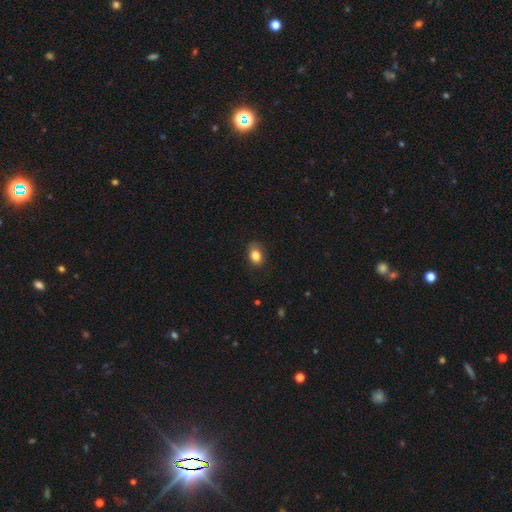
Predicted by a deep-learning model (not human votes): smooth-or-featured: smooth: 83% | star or artifact: 10% | featured or disk: 7%
  how-rounded: in between: 67% | round: 32% | cigar-shaped: 1%
  merging: none: 78% | minor disturbance: 17% | major disturbance: 3% | merger: 1%